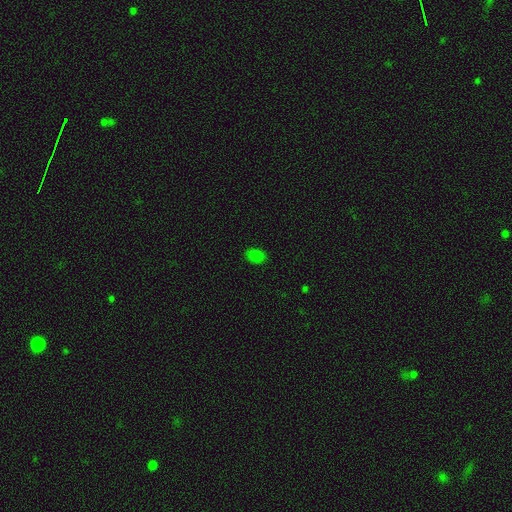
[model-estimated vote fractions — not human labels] This appears to be a smooth galaxy with no disk features (81%) that is in between round and cigar-shaped (80%). Merging: none (86%).